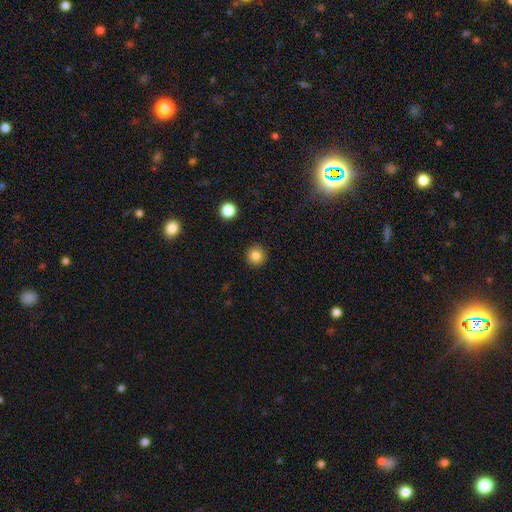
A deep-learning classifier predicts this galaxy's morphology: smooth 83%, star or artifact 11%, featured or disk 6%. Down the decision tree: how rounded — round (95%); merging — none (92%).